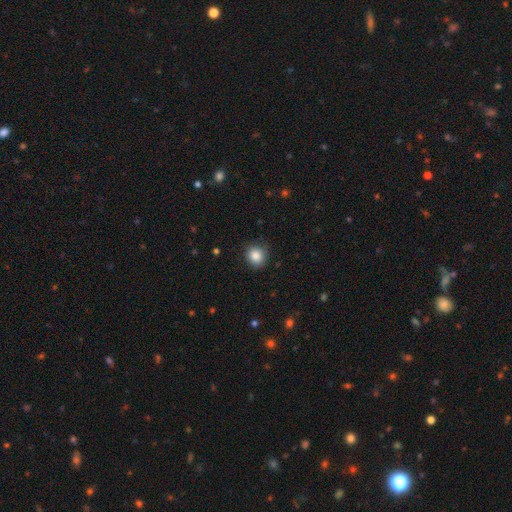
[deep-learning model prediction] Smooth or featured: smooth — 86% (star or artifact — 10%)
How rounded: round — 86% (in between — 13%)
Merging: none — 85% (minor disturbance — 11%)